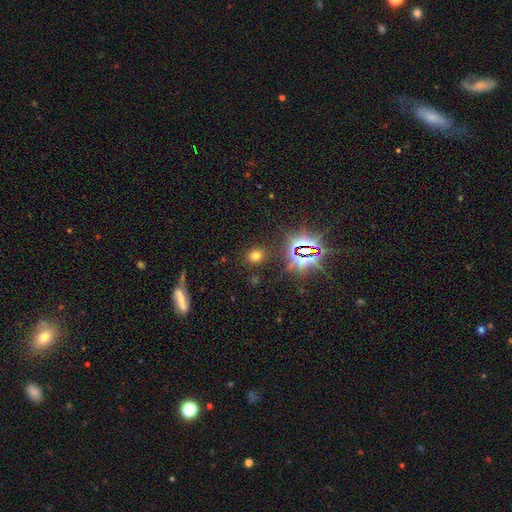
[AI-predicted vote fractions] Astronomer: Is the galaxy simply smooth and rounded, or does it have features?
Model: smooth — 64%.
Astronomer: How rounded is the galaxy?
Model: round — 69%.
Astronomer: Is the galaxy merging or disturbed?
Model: none — 86%.